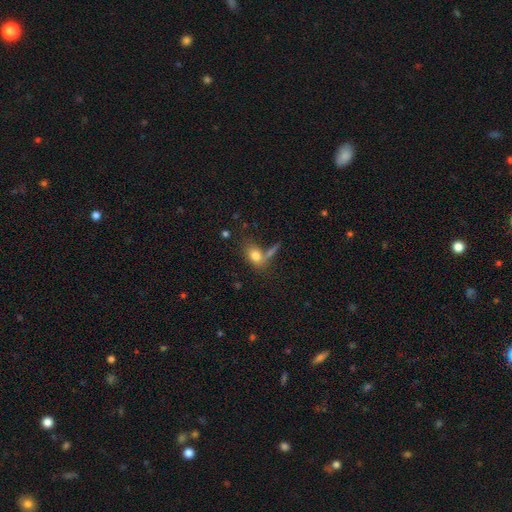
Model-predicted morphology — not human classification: This appears to be a smooth galaxy with no disk features (78%) that is in between round and cigar-shaped (80%). Merging: none (52%).